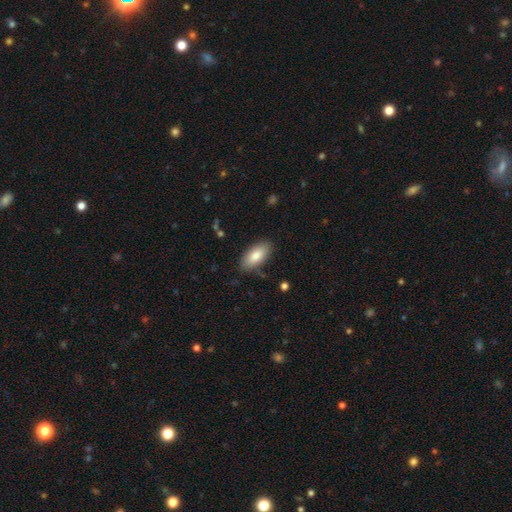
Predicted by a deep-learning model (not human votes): Smooth or featured?
  - smooth: 83% *
  - featured or disk: 11%
  - star or artifact: 6%
How rounded?
  - in between: 90% *
  - cigar-shaped: 8%
  - round: 2%
Merging?
  - none: 83% *
  - minor disturbance: 13%
  - major disturbance: 3%
  - merger: 2%